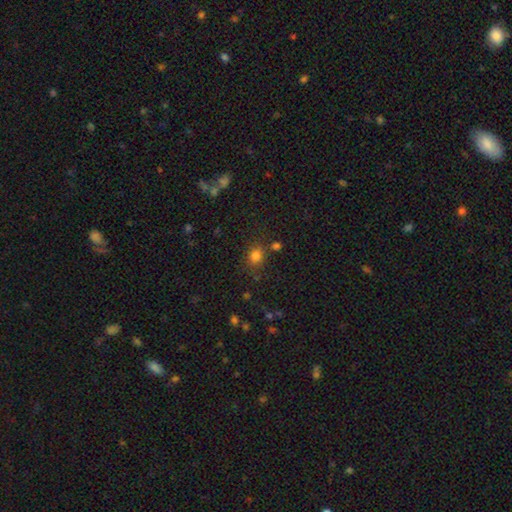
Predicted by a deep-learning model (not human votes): Q: Smooth or featured?
A: smooth (79%); runner-up: star or artifact (15%)
Q: How rounded?
A: round (61%); runner-up: in between (38%)
Q: Merging?
A: none (75%); runner-up: minor disturbance (12%)